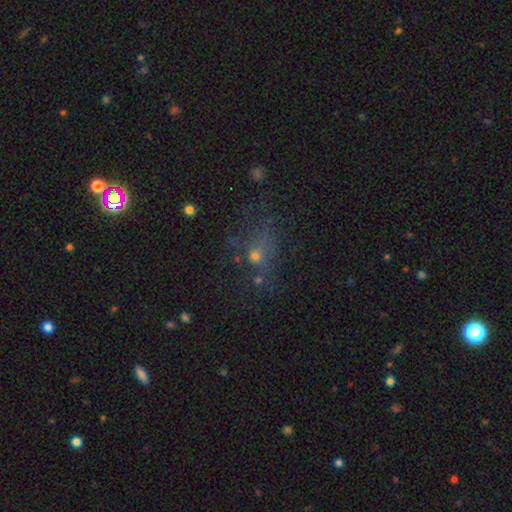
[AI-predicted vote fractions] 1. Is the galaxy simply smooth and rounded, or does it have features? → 48% smooth, 29% star or artifact, 22% featured or disk.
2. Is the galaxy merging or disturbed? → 46% none, 25% major disturbance, 19% minor disturbance, 9% merger.